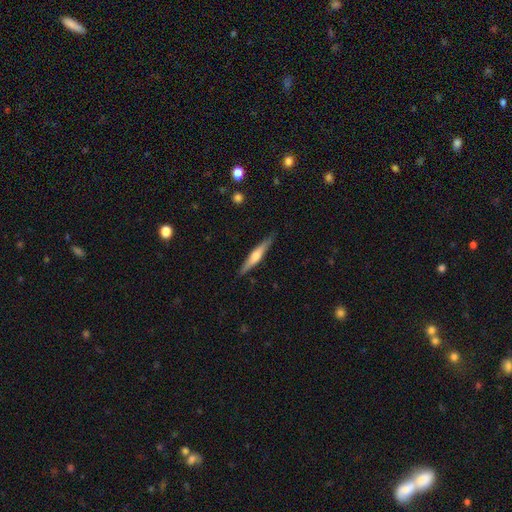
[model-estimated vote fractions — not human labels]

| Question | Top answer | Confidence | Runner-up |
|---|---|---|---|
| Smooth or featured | featured or disk | 58% | smooth (37%) |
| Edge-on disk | yes | 96% | no (4%) |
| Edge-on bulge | rounded | 82% | none (10%) |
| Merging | none | 87% | minor disturbance (10%) |